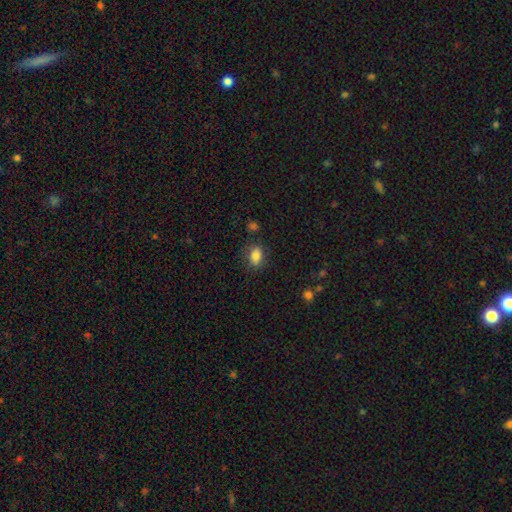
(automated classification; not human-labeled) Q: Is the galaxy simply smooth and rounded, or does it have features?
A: smooth — 85%.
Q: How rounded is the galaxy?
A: in between — 79%.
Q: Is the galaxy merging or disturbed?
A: none — 80%.